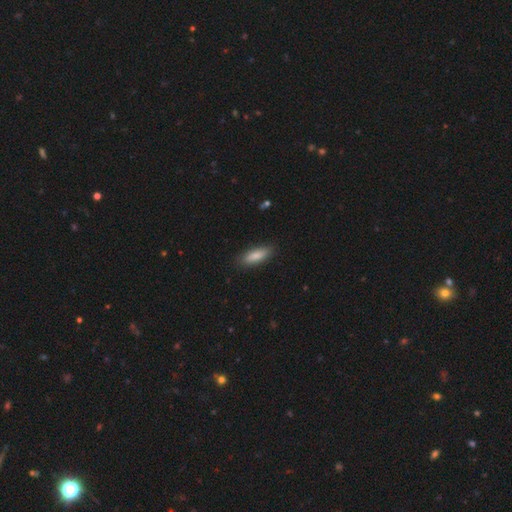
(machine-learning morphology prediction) A smooth galaxy with no disk features (85%) that is in between round and cigar-shaped (60%). Merging: none (86%).